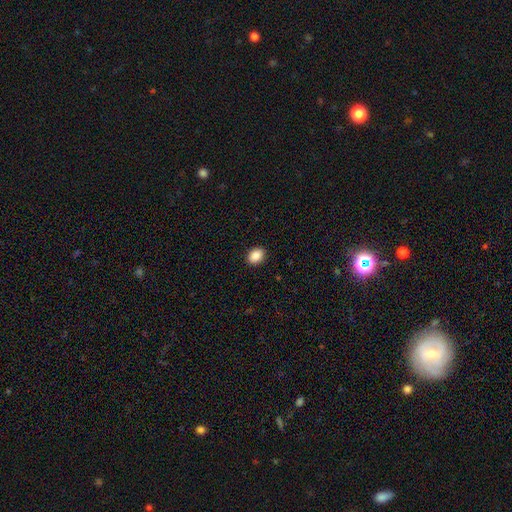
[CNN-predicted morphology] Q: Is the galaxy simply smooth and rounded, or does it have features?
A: smooth — 88%.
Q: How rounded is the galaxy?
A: in between — 69%.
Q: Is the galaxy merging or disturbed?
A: none — 91%.